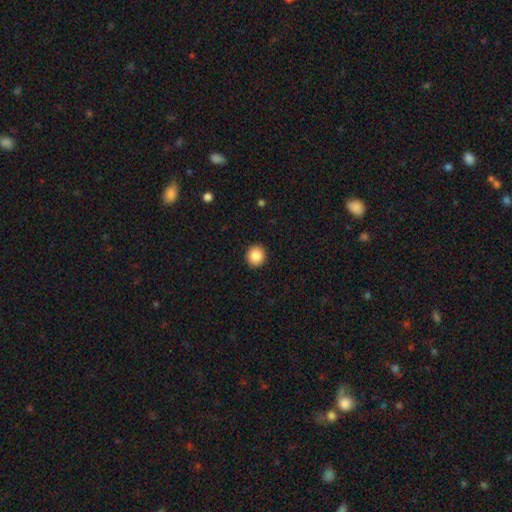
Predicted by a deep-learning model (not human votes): Q: Smooth or featured?
A: smooth (87%); runner-up: star or artifact (9%)
Q: How rounded?
A: round (89%); runner-up: in between (10%)
Q: Merging?
A: none (93%); runner-up: minor disturbance (5%)